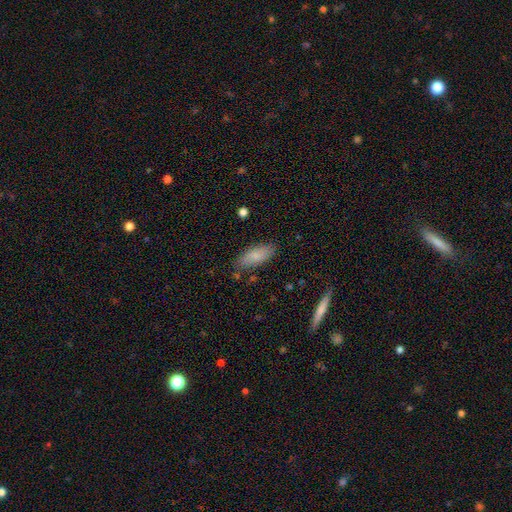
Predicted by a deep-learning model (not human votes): Smooth or featured? Predicted: smooth (p=0.80). How rounded? Predicted: in between (p=0.76). Merging? Predicted: none (p=0.80).